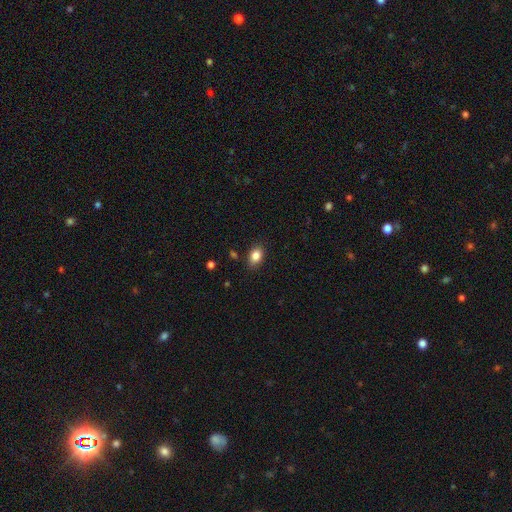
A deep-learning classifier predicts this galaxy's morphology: This appears to be a smooth galaxy with no disk features (84%) that is in between round and cigar-shaped (77%). Merging: none (85%).